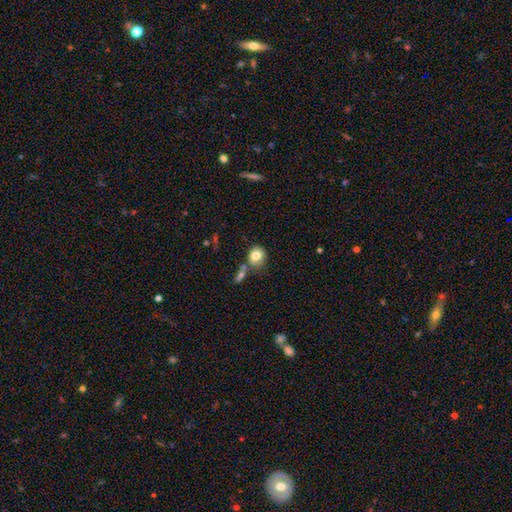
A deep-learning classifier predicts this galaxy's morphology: Q: Smooth or featured?
A: smooth (79%); runner-up: featured or disk (12%)
Q: How rounded?
A: round (70%); runner-up: in between (28%)
Q: Merging?
A: none (57%); runner-up: merger (20%)